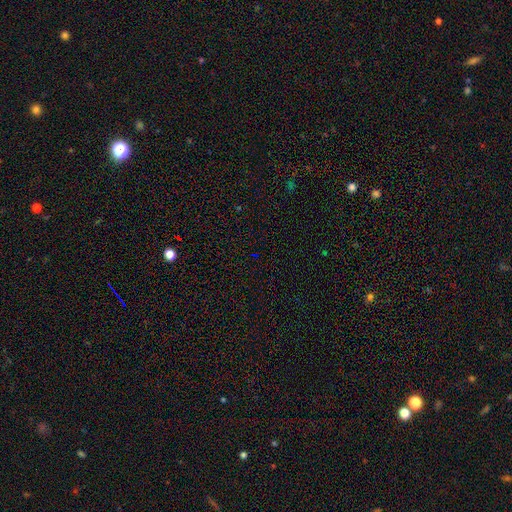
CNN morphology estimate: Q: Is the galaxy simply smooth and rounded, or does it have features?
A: star or artifact — 73%.